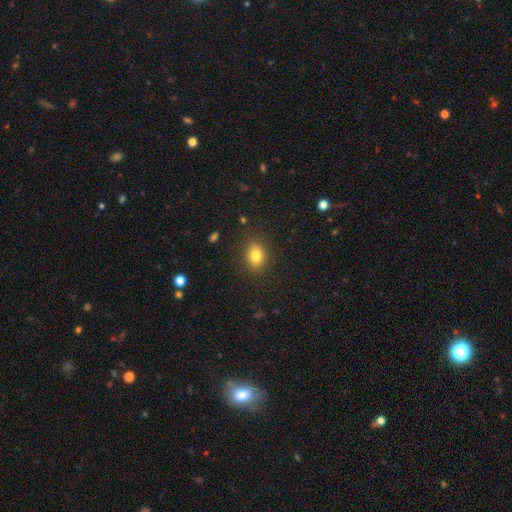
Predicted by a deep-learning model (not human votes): Smooth or featured? smooth (81%)
How rounded? in between (62%)
Merging? none (87%)